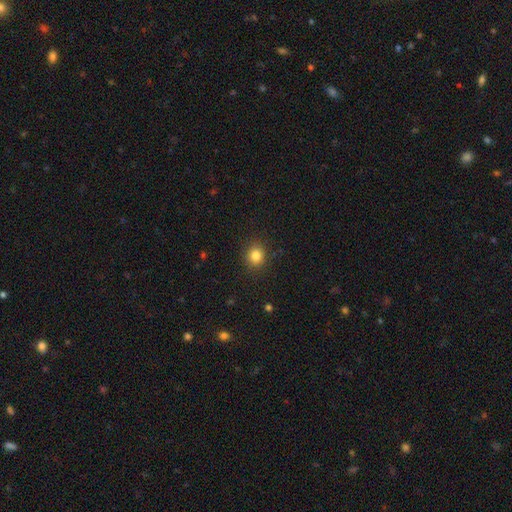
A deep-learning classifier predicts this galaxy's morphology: This appears to be a smooth galaxy with no disk features (83%) that is round (80%). Merging: none (89%).